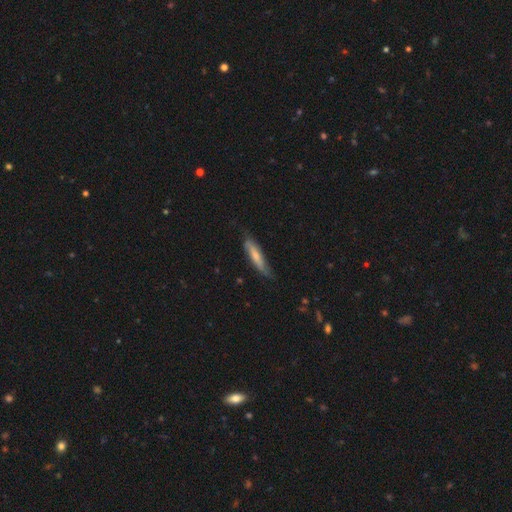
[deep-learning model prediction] Smooth or featured? Predicted: smooth (p=0.61). How rounded? Predicted: cigar-shaped (p=0.83). Merging? Predicted: none (p=0.68).